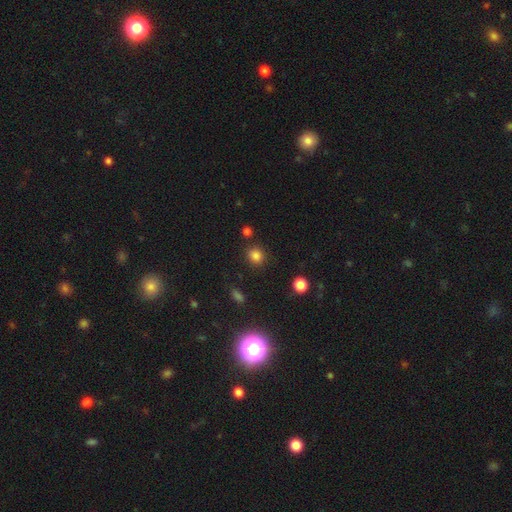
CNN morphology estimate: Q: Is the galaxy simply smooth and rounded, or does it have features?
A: smooth — 82%.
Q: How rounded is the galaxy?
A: round — 78%.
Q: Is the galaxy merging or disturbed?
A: none — 84%.